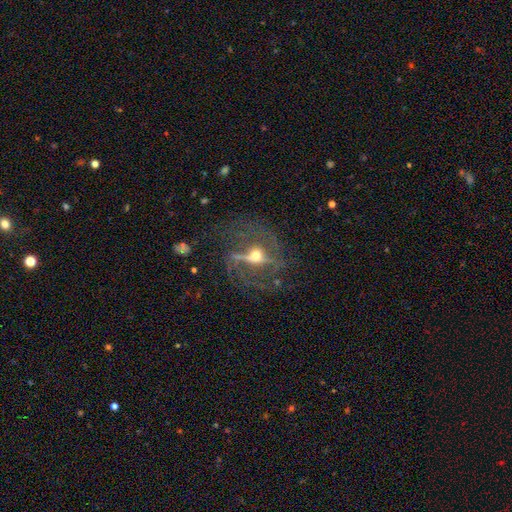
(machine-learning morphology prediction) This appears to be a featured or disk galaxy (79%) with a strong bar (50%), spiral arms (58%) and a moderate central bulge (62%). Merging: none (65%).